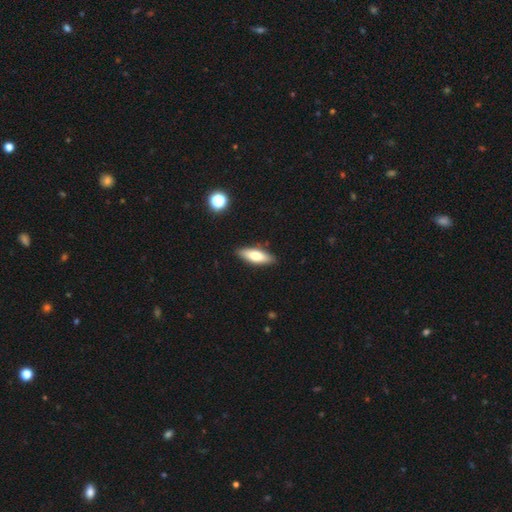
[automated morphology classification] This appears to be a smooth galaxy with no disk features (68%) that is in between round and cigar-shaped (56%). Merging: none (88%).